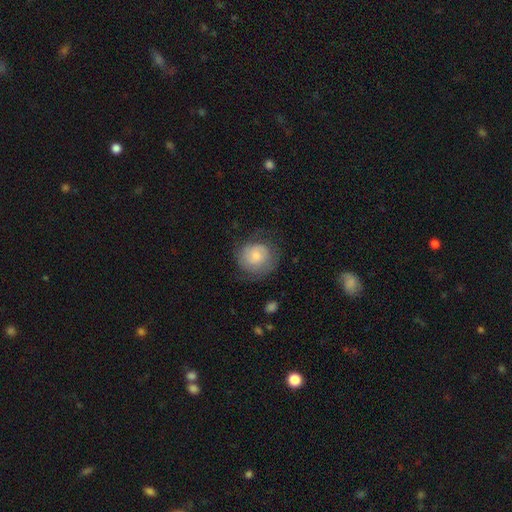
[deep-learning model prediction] Morphology: type=smooth (58%); roundness=round (82%); merging=none (61%).